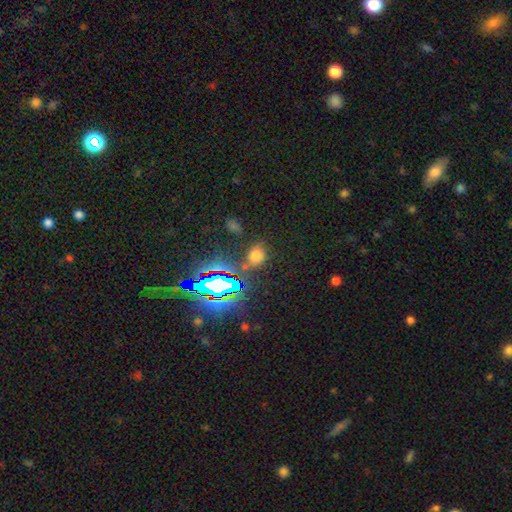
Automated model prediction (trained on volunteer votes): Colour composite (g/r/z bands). It shows a smooth galaxy with no disk features (56%) that is in between round and cigar-shaped (51%). Merging: none (74%).